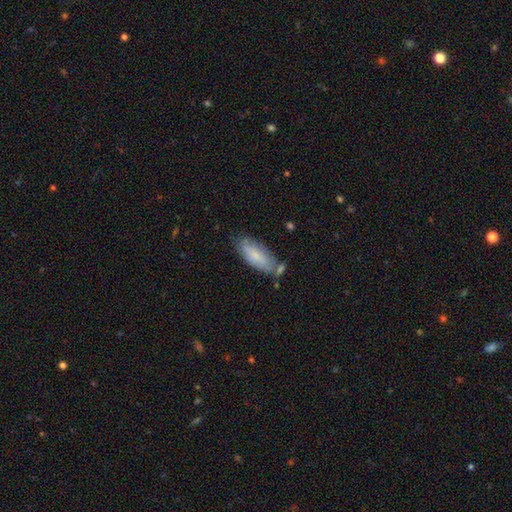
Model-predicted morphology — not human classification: smooth_or_featured: smooth (p=0.70) [alt: featured or disk p=0.24]
how_rounded: in between (p=0.75) [alt: cigar-shaped p=0.23]
merging: none (p=0.58) [alt: minor disturbance p=0.24]